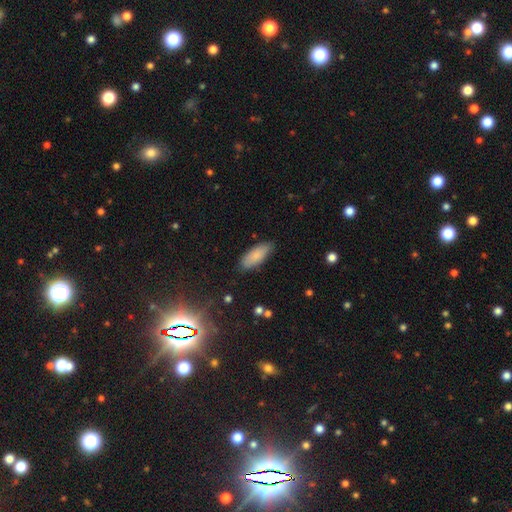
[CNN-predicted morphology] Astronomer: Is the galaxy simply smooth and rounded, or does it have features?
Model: smooth — 84%.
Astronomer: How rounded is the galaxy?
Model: in between — 74%.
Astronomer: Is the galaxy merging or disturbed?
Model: none — 83%.